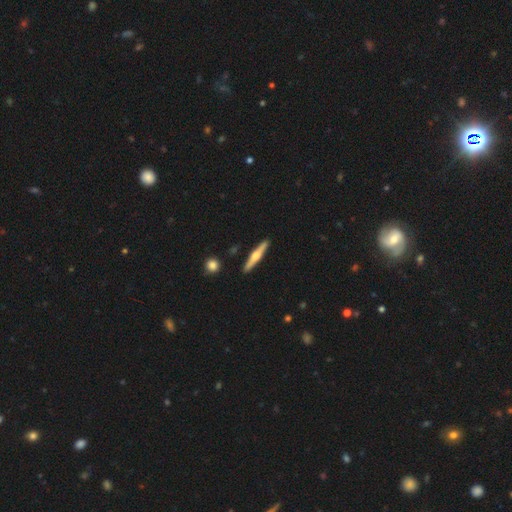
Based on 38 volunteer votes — Smooth or featured: featured or disk — 82% (smooth — 18%)
Edge-on disk: yes — 94% (no — 6%)
Edge-on bulge: rounded — 86% (boxy — 7%)
Merging: none — 89% (minor disturbance — 8%)